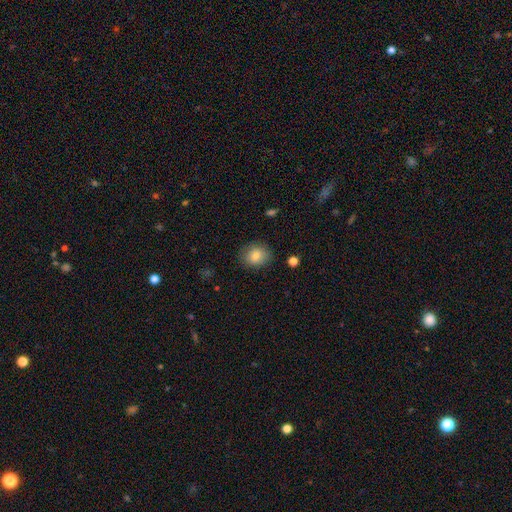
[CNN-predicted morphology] Q: Smooth or featured?
A: smooth (81%); runner-up: featured or disk (10%)
Q: How rounded?
A: round (66%); runner-up: in between (33%)
Q: Merging?
A: none (85%); runner-up: minor disturbance (11%)